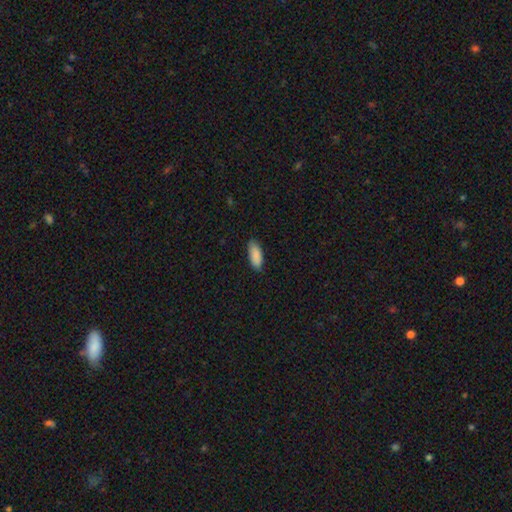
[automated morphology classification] Q: Smooth or featured?
A: smooth (90%); runner-up: star or artifact (6%)
Q: How rounded?
A: in between (80%); runner-up: cigar-shaped (18%)
Q: Merging?
A: none (85%); runner-up: minor disturbance (12%)